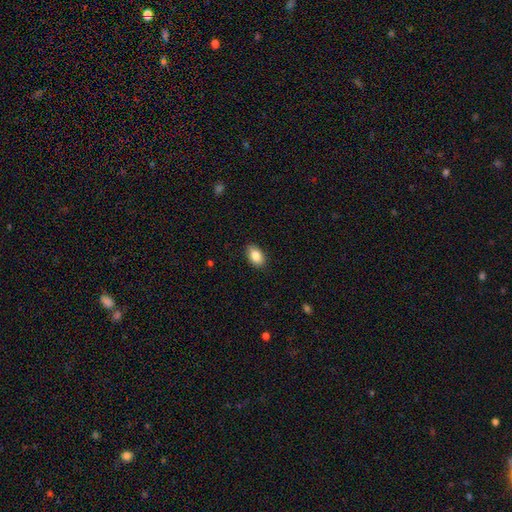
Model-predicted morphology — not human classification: This appears to be a smooth galaxy with no disk features (86%) that is in between round and cigar-shaped (91%). Merging: none (89%).